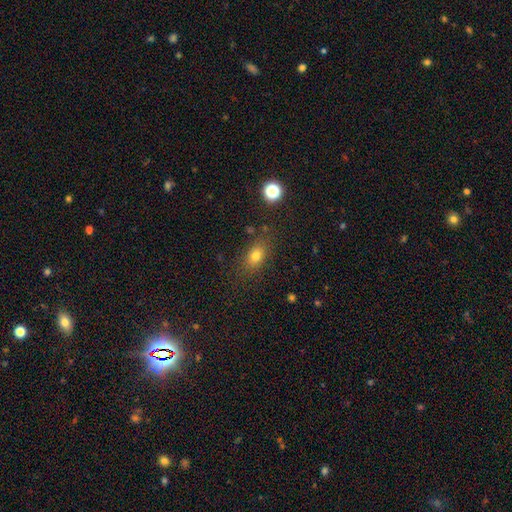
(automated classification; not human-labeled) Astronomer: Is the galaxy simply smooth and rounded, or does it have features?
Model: smooth — 76%.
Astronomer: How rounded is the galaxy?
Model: in between — 72%.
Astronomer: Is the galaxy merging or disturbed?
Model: none — 79%.